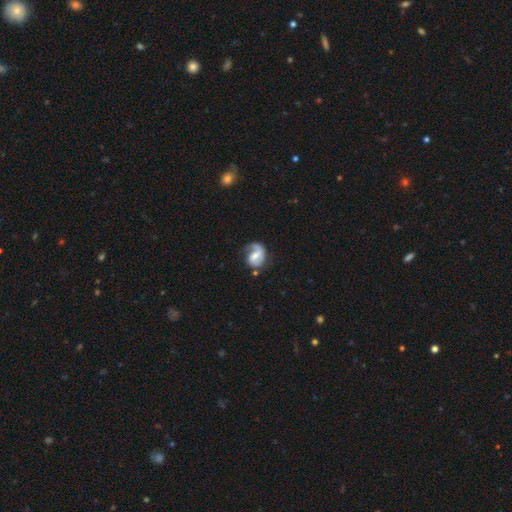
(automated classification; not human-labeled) This is likely a featured or disk galaxy (72%). It is clearly not viewed edge-on (98%). Bar: possibly weak (48%). Spiral arm pattern: clearly yes (91%). Spiral arm count: possibly 2 (50%). Spiral winding: marginally medium (42%). Central bulge: possibly moderate (49%). Merging: possibly none (55%).